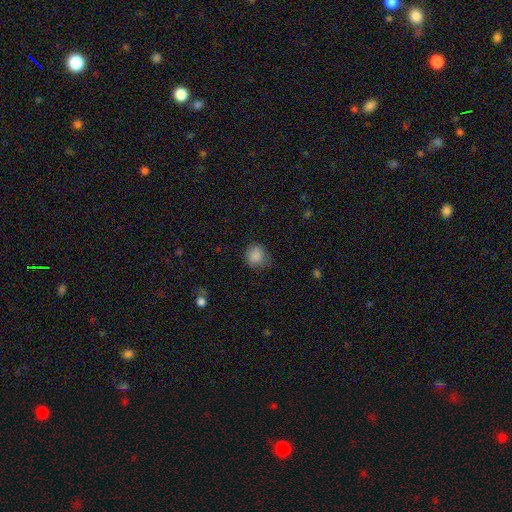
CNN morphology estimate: Q: Smooth or featured?
A: smooth (85%); runner-up: star or artifact (10%)
Q: How rounded?
A: round (74%); runner-up: in between (25%)
Q: Merging?
A: none (65%); runner-up: minor disturbance (26%)